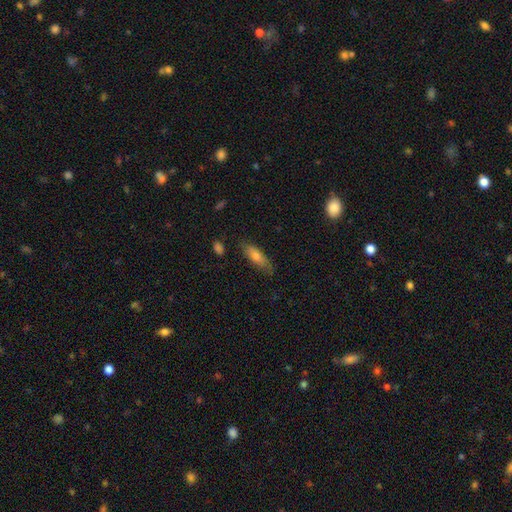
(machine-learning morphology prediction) Q: Smooth or featured?
A: smooth (67%); runner-up: featured or disk (25%)
Q: How rounded?
A: in between (49%); runner-up: cigar-shaped (48%)
Q: Merging?
A: none (77%); runner-up: minor disturbance (18%)